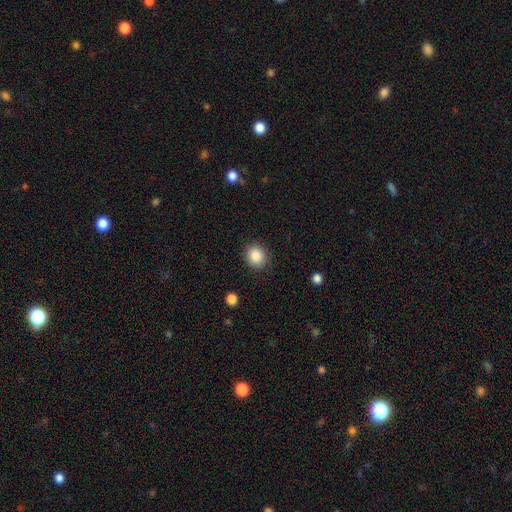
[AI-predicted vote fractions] The model was most divided on "how rounded": round: 81%, in between: 18%, cigar-shaped: 1%. More confident: merging — none (88%); smooth or featured — smooth (87%).